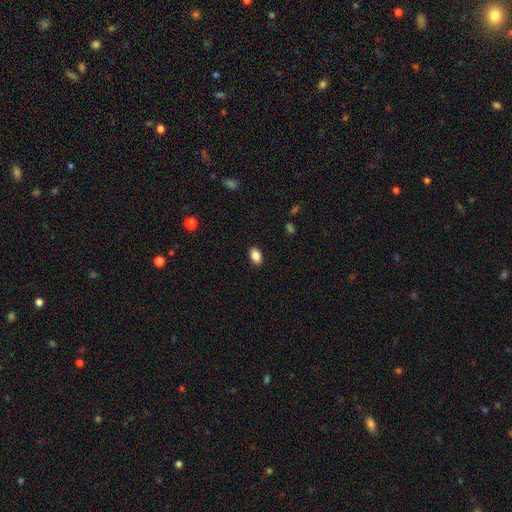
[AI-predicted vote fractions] This appears to be a smooth galaxy with no disk features (87%) that is in between round and cigar-shaped (87%). Merging: none (89%).